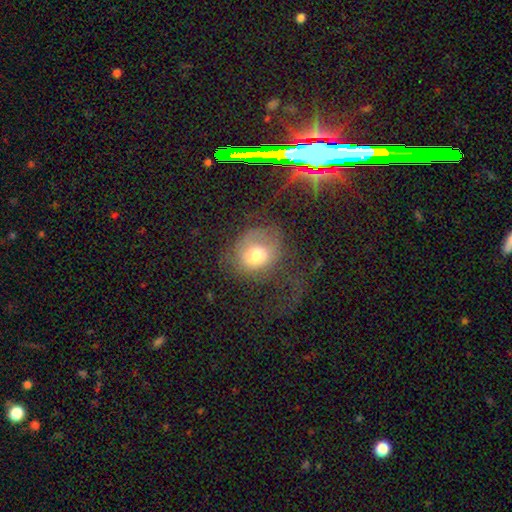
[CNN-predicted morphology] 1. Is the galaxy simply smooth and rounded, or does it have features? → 66% smooth, 23% featured or disk, 11% star or artifact.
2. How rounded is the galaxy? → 66% round, 33% in between, 1% cigar-shaped.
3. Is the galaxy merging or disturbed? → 43% major disturbance, 36% none, 19% minor disturbance, 2% merger.